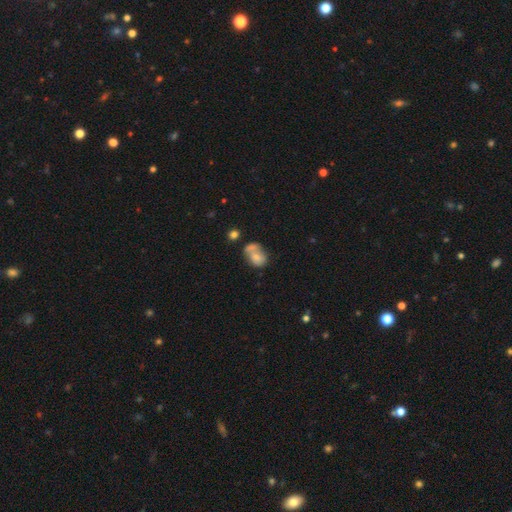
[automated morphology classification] Smooth or featured?
  - smooth: 67% *
  - featured or disk: 24%
  - star or artifact: 9%
How rounded?
  - in between: 60% *
  - round: 39%
  - cigar-shaped: 1%
Merging?
  - merger: 42% *
  - none: 30%
  - minor disturbance: 18%
  - major disturbance: 10%